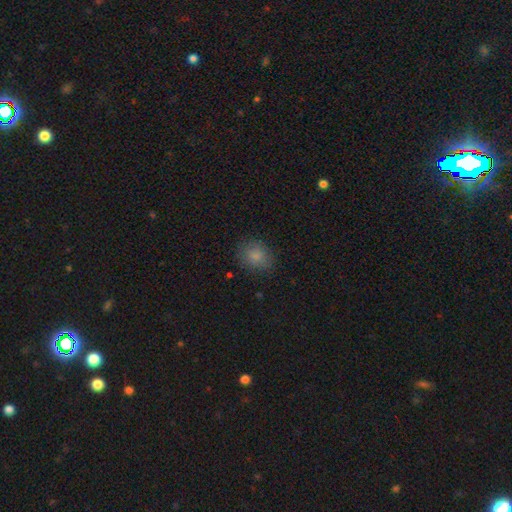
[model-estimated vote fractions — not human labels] The model was most divided on "how rounded": round: 63%, in between: 36%, cigar-shaped: 1%. More confident: smooth or featured — smooth (84%); merging — none (82%).